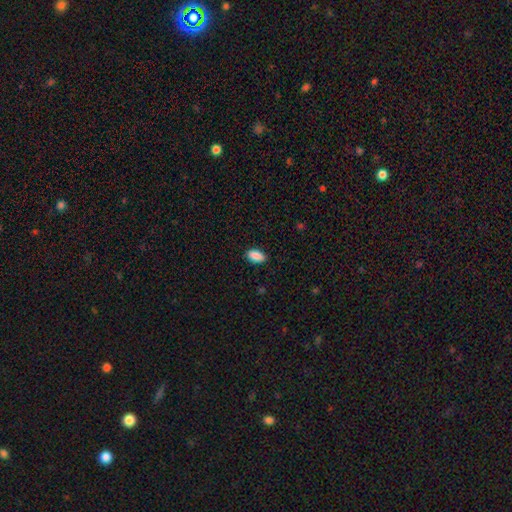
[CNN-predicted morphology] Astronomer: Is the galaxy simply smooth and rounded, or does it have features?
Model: smooth — 89%.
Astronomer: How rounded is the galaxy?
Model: in between — 91%.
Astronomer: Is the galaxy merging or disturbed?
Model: none — 87%.